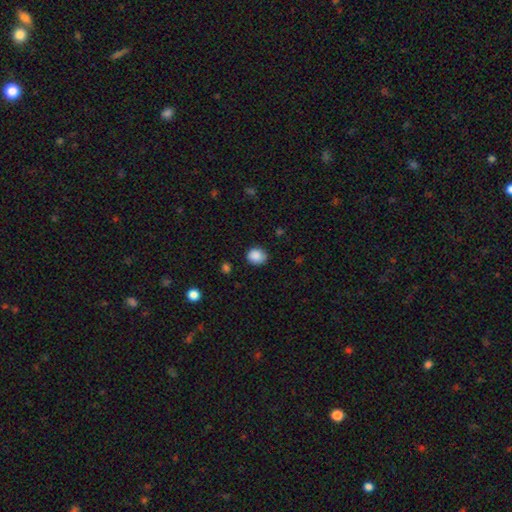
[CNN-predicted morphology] The model was most divided on "how rounded": round: 66%, in between: 33%, cigar-shaped: 1%. More confident: smooth or featured — smooth (88%); merging — none (81%).